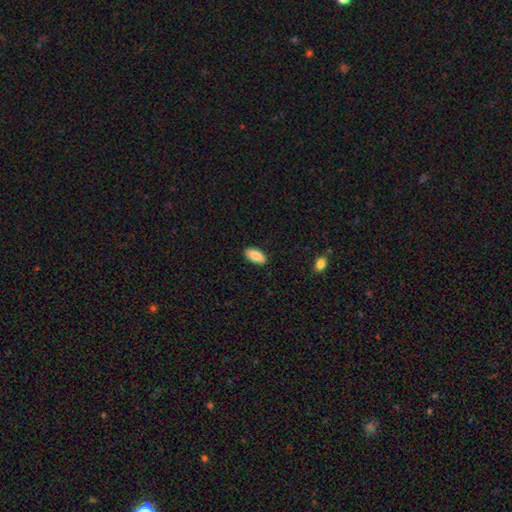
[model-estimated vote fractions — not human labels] Q: Smooth or featured?
A: smooth (87%); runner-up: featured or disk (7%)
Q: How rounded?
A: in between (89%); runner-up: cigar-shaped (9%)
Q: Merging?
A: none (89%); runner-up: minor disturbance (8%)